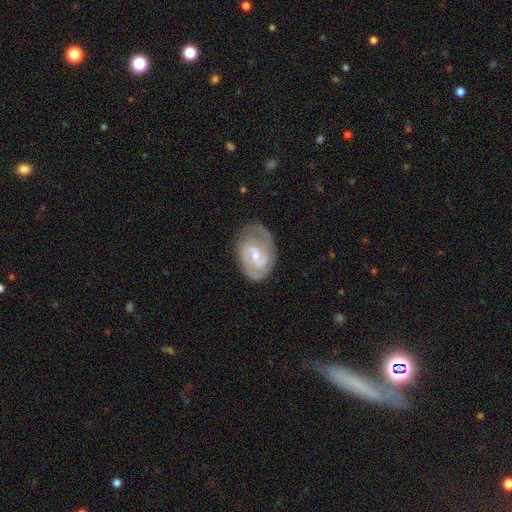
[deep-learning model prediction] Smooth or featured?
  - featured or disk: 83% *
  - smooth: 13%
  - star or artifact: 5%
Edge-on disk?
  - no: 97% *
  - yes: 3%
Bar?
  - weak: 57% *
  - no: 29%
  - strong: 14%
Spiral arms?
  - yes: 95% *
  - no: 5%
Spiral winding?
  - tight: 44% * (tied)
  - medium: 44% * (tied)
  - loose: 11%
Spiral arm count?
  - 2: 72% *
  - can't tell: 13%
  - 3: 9%
  - 1: 4%
  - 4: 2%
  - more than 4: 2%
Bulge size?
  - small: 53% *
  - moderate: 43%
  - none: 2%
  - large: 2%
  - dominant: 1%
Merging?
  - none: 70% *
  - minor disturbance: 21%
  - major disturbance: 8%
  - merger: 1%